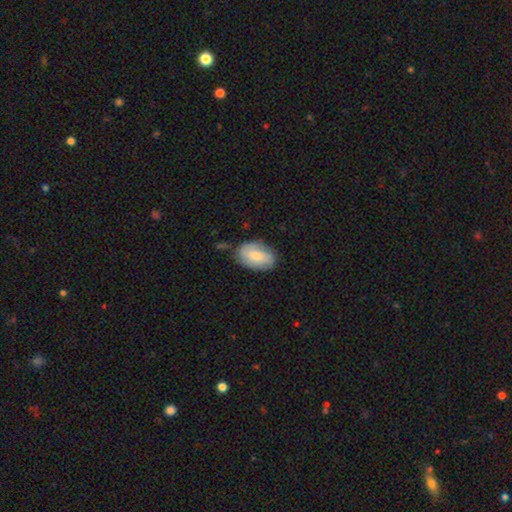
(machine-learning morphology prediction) Smooth or featured? smooth (62%)
How rounded? in between (89%)
Merging? none (73%)